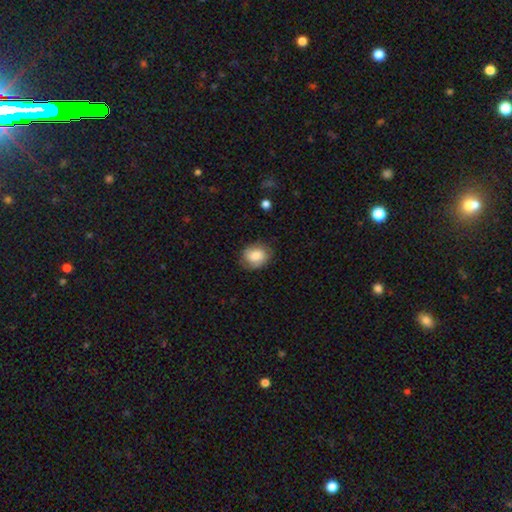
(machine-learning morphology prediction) Smooth or featured?
  - smooth: 78% *
  - featured or disk: 14%
  - star or artifact: 8%
How rounded?
  - in between: 51% *
  - round: 48%
  - cigar-shaped: 1%
Merging?
  - none: 74% *
  - minor disturbance: 20%
  - major disturbance: 5%
  - merger: 1%